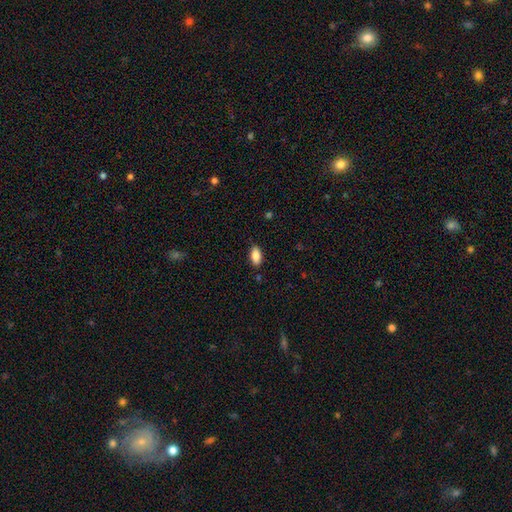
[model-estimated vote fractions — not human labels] Smooth or featured? Predicted: smooth (p=0.87). How rounded? Predicted: in between (p=0.89). Merging? Predicted: none (p=0.85).